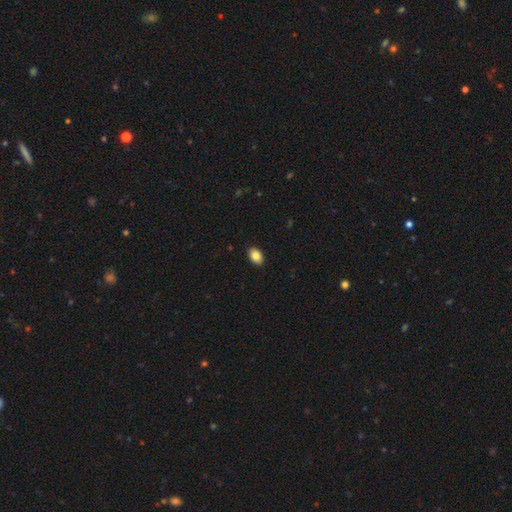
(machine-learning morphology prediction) Smooth or featured? Predicted: smooth (p=0.85). How rounded? Predicted: in between (p=0.87). Merging? Predicted: none (p=0.90).